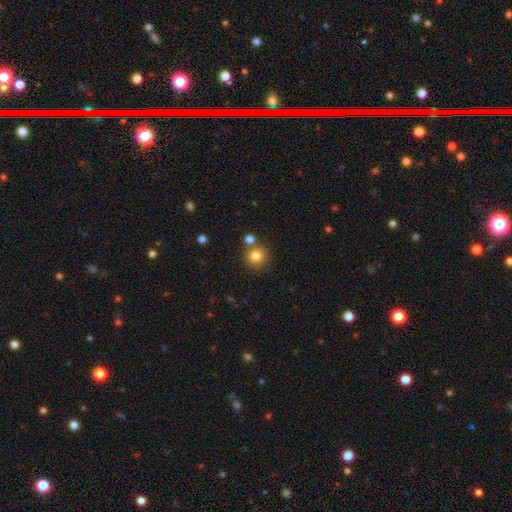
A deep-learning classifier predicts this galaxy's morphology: This appears to be a smooth galaxy with no disk features (82%) that is round (93%). Merging: none (74%).